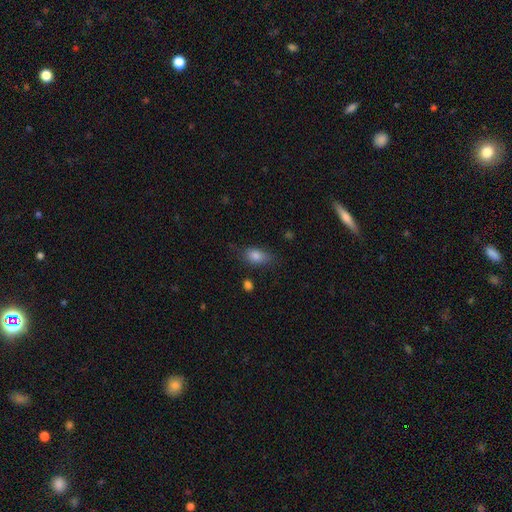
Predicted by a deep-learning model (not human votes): A smooth galaxy with no disk features (81%) that is in between round and cigar-shaped (84%).

Vote fractions:
- Smooth or featured? smooth: 81% / star or artifact: 10% / featured or disk: 9%
- How rounded? in between: 84% / round: 10% / cigar-shaped: 6%
- Merging? none: 71% / minor disturbance: 21% / major disturbance: 6% / merger: 2%